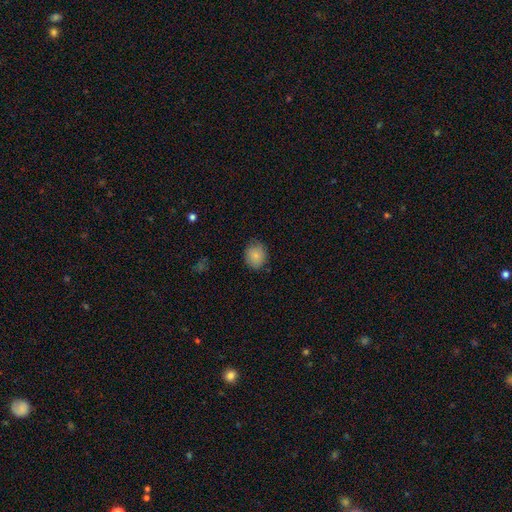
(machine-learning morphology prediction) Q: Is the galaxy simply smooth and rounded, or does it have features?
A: smooth — 84%.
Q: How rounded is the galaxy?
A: round — 71%.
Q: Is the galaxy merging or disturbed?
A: none — 77%.